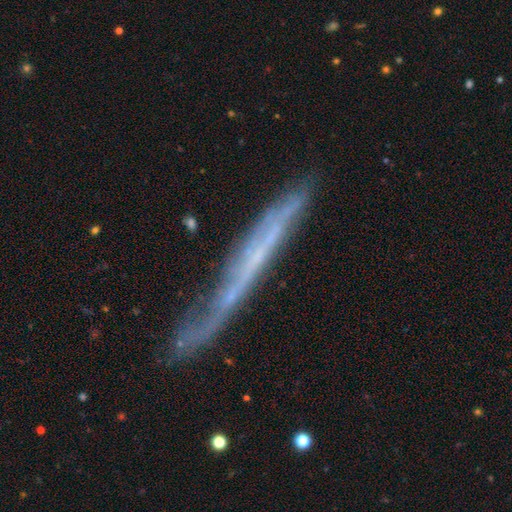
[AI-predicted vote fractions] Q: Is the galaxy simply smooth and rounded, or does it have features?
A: featured or disk — 67%.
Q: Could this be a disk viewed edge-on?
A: yes — 78%.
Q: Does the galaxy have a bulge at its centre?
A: none — 86%.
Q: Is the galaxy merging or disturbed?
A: none — 53%.